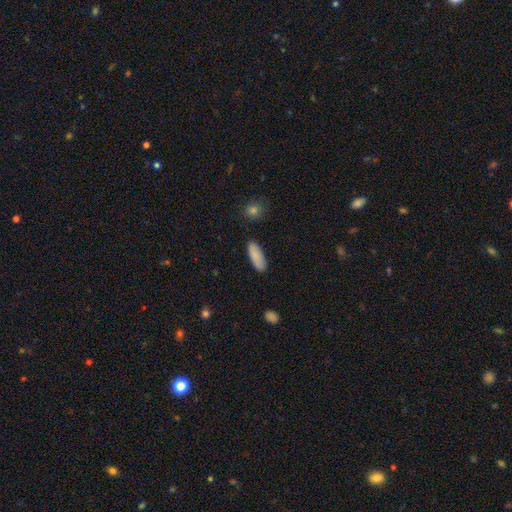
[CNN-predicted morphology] This is clearly a smooth galaxy (87%). How rounded: likely in between (70%). Merging: clearly none (88%).